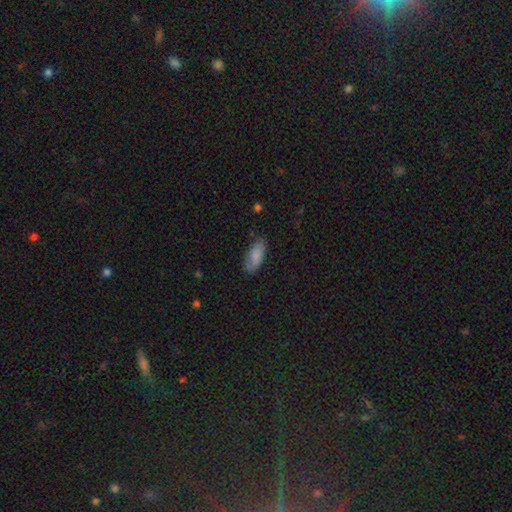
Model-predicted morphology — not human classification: type=smooth (83%); roundness=in between (82%); merging=none (76%).